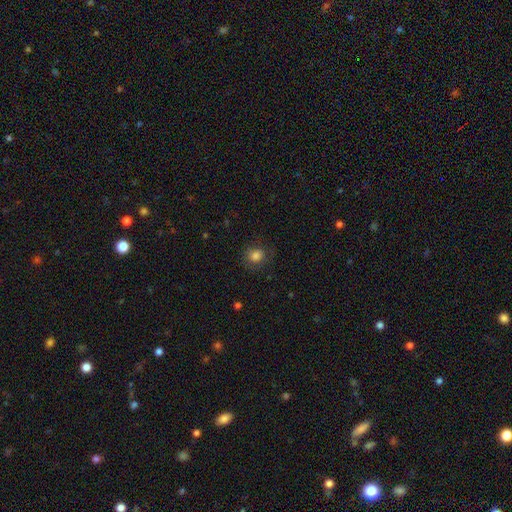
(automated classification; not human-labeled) Overall: smooth (82%). How rounded: round (75%). Merging: none (79%).